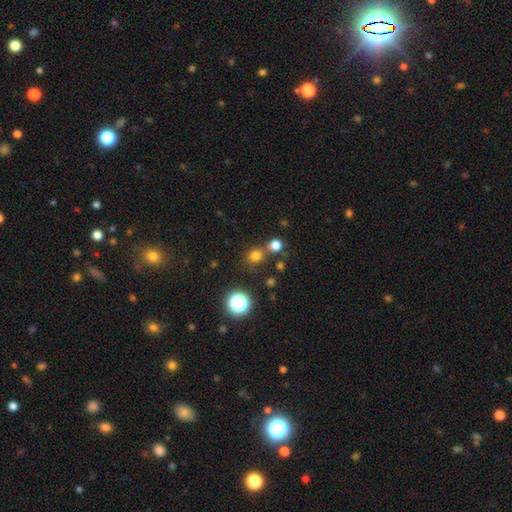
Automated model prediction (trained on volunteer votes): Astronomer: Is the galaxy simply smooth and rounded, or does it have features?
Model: smooth — 71%.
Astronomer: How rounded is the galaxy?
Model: round — 87%.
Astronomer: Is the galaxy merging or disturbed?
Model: none — 69%.